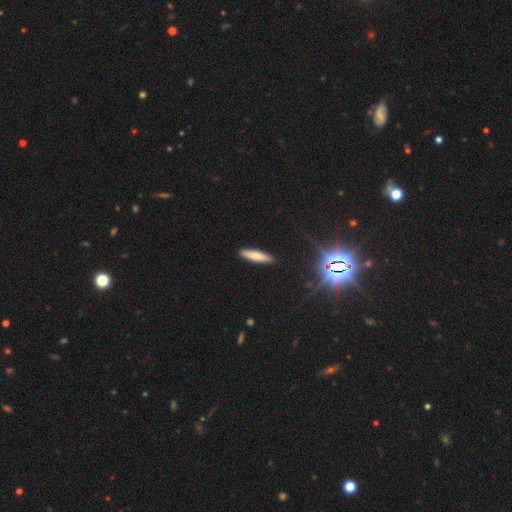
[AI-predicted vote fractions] Smooth or featured: smooth — 70% (featured or disk — 22%)
How rounded: cigar-shaped — 83% (in between — 15%)
Merging: none — 90% (minor disturbance — 7%)